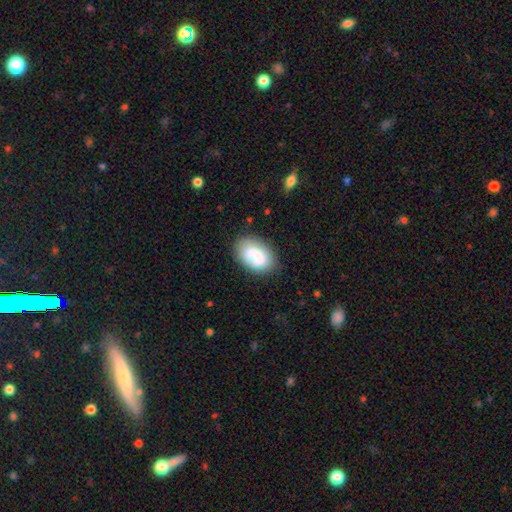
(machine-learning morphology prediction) smooth 66%, featured or disk 27%, star or artifact 8%. Down the decision tree: how rounded — in between (86%); merging — none (66%).